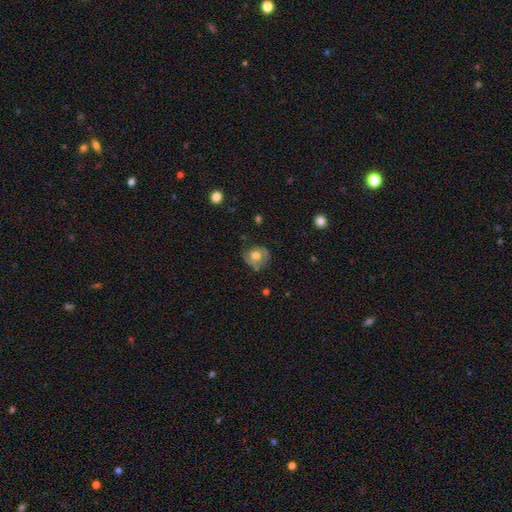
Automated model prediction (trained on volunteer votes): This is possibly a featured or disk galaxy (47%). Merging: likely none (64%).